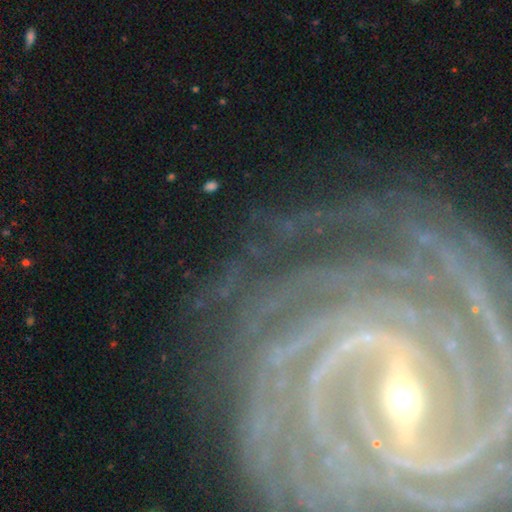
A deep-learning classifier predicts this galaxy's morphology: Smooth or featured?
  - featured or disk: 80% *
  - star or artifact: 13%
  - smooth: 8%
Edge-on disk?
  - no: 94% *
  - yes: 6%
Bar?
  - strong: 53% *
  - weak: 26%
  - no: 21%
Spiral arms?
  - yes: 95% *
  - no: 5%
Spiral winding?
  - tight: 75% *
  - medium: 20%
  - loose: 6%
Spiral arm count?
  - can't tell: 24% *
  - 2: 17%
  - 3: 17%
  - more than 4: 16%
  - 4: 15%
  - 1: 11%
Bulge size?
  - small: 63% *
  - moderate: 26%
  - large: 4%
  - none: 4%
  - dominant: 2%
Merging?
  - none: 74% *
  - minor disturbance: 14%
  - major disturbance: 9%
  - merger: 3%